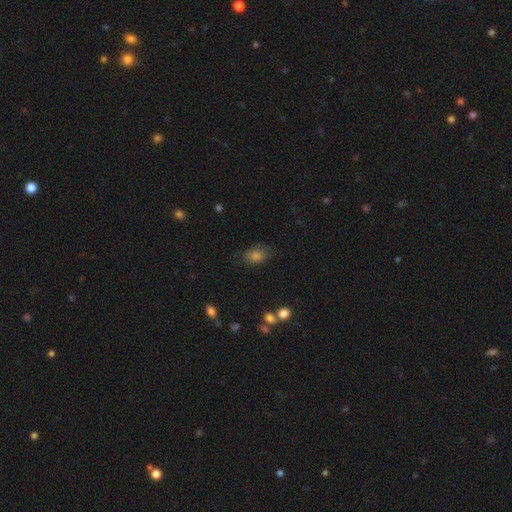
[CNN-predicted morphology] A smooth galaxy with no disk features (75%) that is in between round and cigar-shaped (75%). Merging: none (78%).